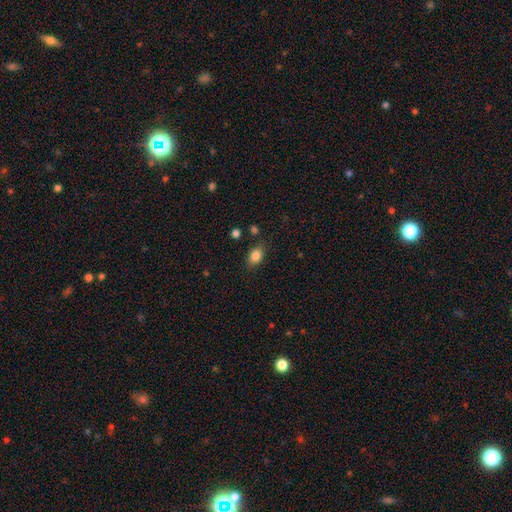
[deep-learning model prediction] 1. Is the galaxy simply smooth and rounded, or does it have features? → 85% smooth, 9% star or artifact, 6% featured or disk.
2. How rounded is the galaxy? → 77% in between, 21% round, 2% cigar-shaped.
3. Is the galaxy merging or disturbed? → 81% none, 13% minor disturbance, 3% major disturbance, 3% merger.